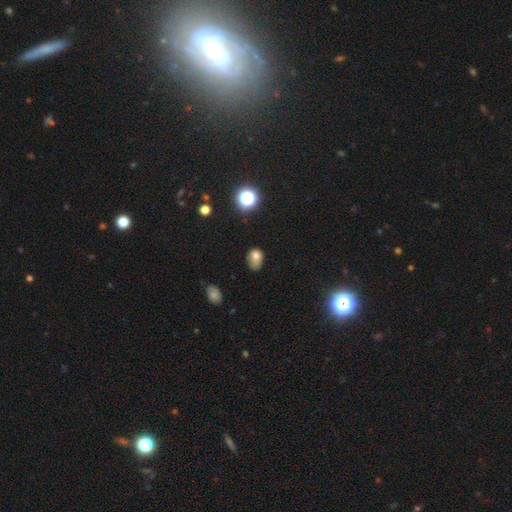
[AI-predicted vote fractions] Smooth or featured?
  - smooth: 74% *
  - star or artifact: 15%
  - featured or disk: 12%
How rounded?
  - in between: 62% *
  - round: 37%
  - cigar-shaped: 1%
Merging?
  - none: 43% *
  - minor disturbance: 35%
  - major disturbance: 18%
  - merger: 4%